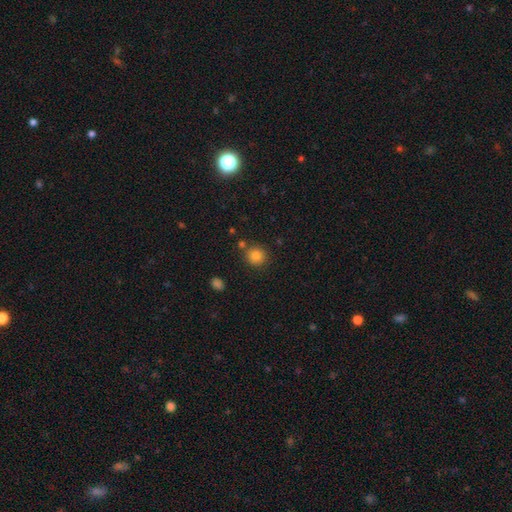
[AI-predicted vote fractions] smooth 82%, star or artifact 12%, featured or disk 6%. Down the decision tree: how rounded — round (90%); merging — none (81%).